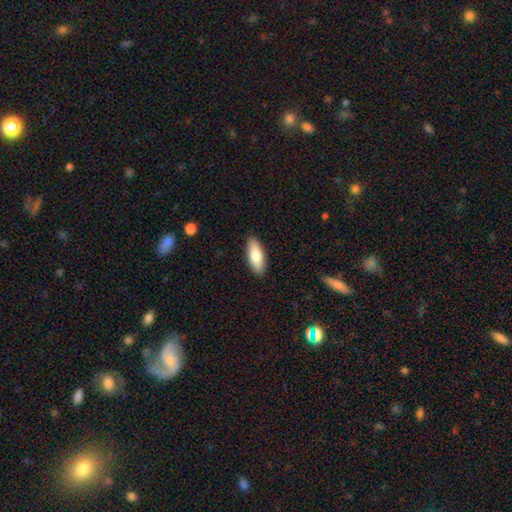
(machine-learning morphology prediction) A smooth galaxy with no disk features (81%) that is in between round and cigar-shaped (71%).

Vote fractions:
- Smooth or featured? smooth: 81% / featured or disk: 14% / star or artifact: 5%
- How rounded? in between: 71% / cigar-shaped: 27% / round: 2%
- Merging? none: 90% / minor disturbance: 7% / major disturbance: 2% / merger: 1%